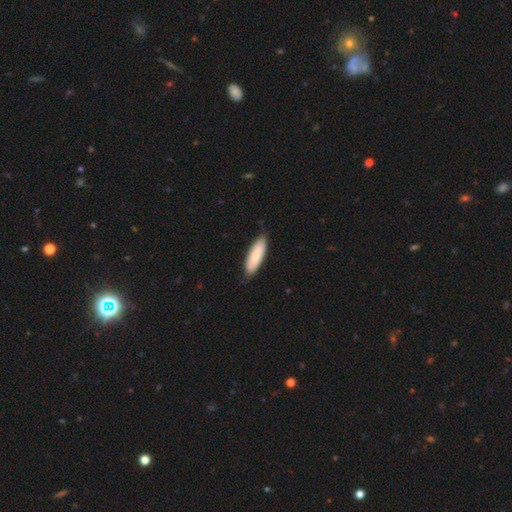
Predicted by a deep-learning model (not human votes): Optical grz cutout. It shows a smooth galaxy with no disk features (83%) that is in between round and cigar-shaped (57%). Merging: none (81%).